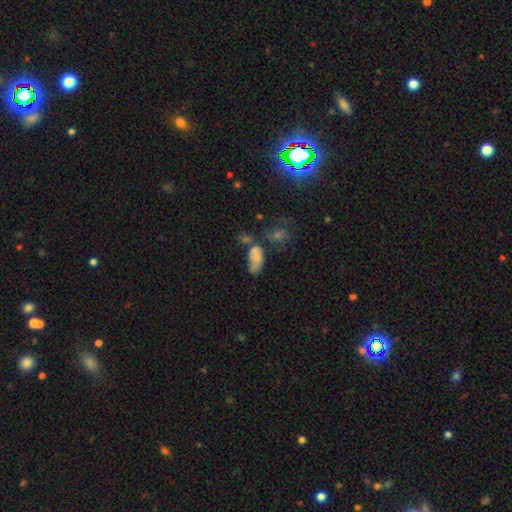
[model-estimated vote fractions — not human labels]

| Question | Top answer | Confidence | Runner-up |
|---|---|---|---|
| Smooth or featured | smooth | 70% | featured or disk (19%) |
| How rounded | in between | 88% | round (6%) |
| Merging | merger | 34% | none (28%) |